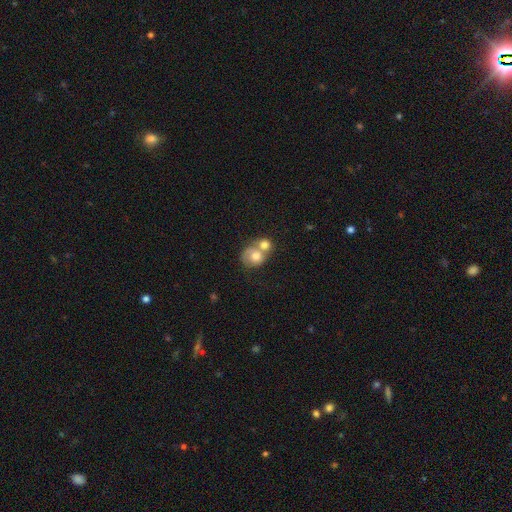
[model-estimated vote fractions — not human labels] The model was most divided on "how rounded": round: 69%, in between: 30%, cigar-shaped: 1%. More confident: merging — merger (72%); smooth or featured — smooth (68%).